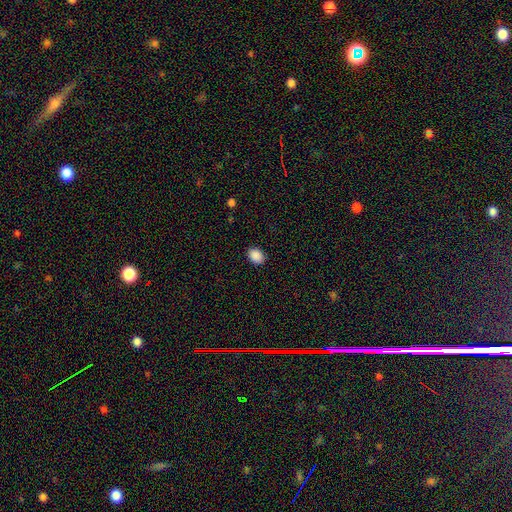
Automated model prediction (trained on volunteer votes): Smooth or featured? smooth (89%)
How rounded? in between (66%)
Merging? none (89%)